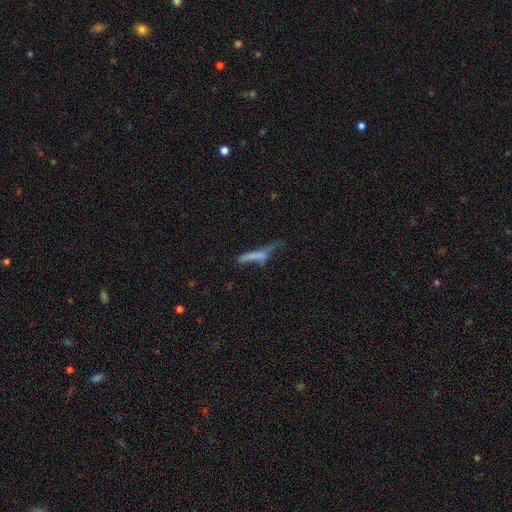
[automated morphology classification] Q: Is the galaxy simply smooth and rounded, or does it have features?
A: smooth — 57%.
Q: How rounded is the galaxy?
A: cigar-shaped — 82%.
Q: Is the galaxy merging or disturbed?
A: none — 31%.